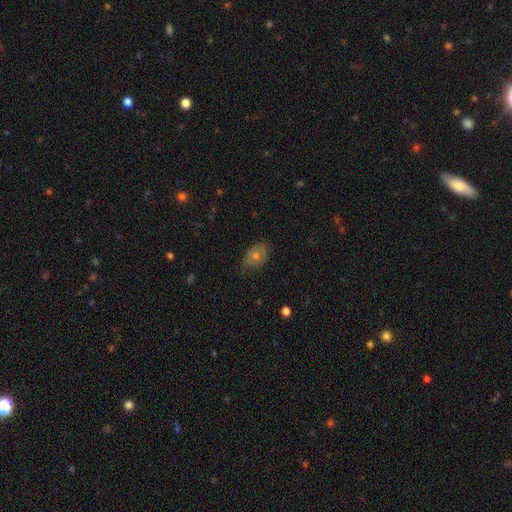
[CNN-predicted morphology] smooth_or_featured: smooth (p=0.51) [alt: featured or disk p=0.35]
how_rounded: in between (p=0.75) [alt: round p=0.23]
merging: none (p=0.72) [alt: minor disturbance p=0.21]